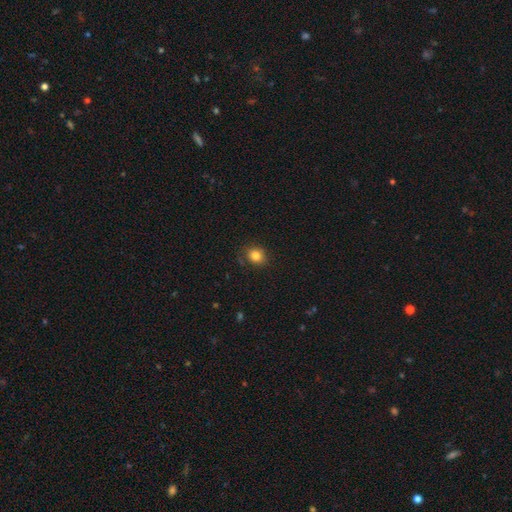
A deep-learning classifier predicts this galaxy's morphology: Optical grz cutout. It shows a smooth galaxy with no disk features (82%) that is round (68%). Merging: none (83%).